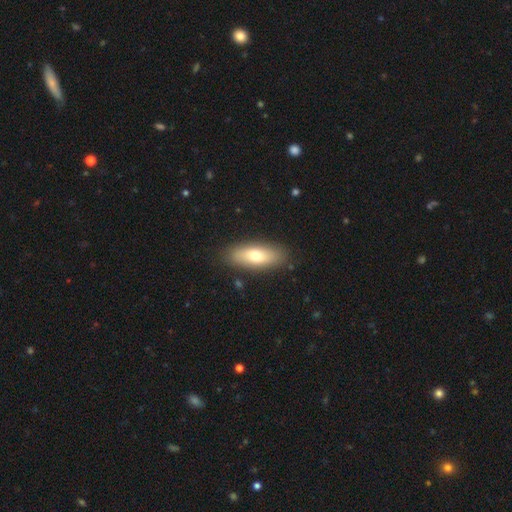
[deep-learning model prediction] The model was most divided on "smooth or featured": smooth: 70%, featured or disk: 24%, star or artifact: 6%. More confident: merging — none (87%); how rounded — in between (73%).